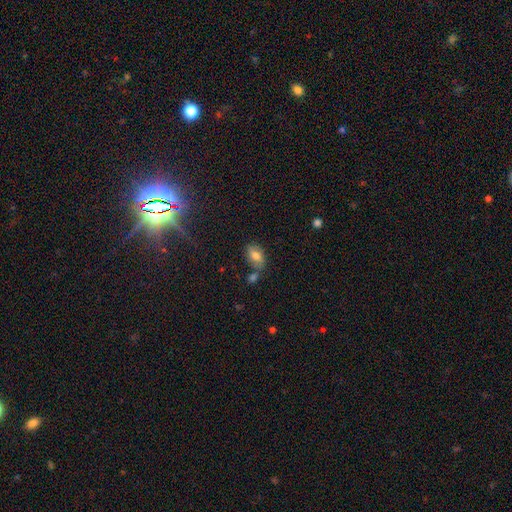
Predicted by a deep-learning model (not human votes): smooth 73%, featured or disk 17%, star or artifact 10%. Down the decision tree: how rounded — in between (86%); merging — none (64%).